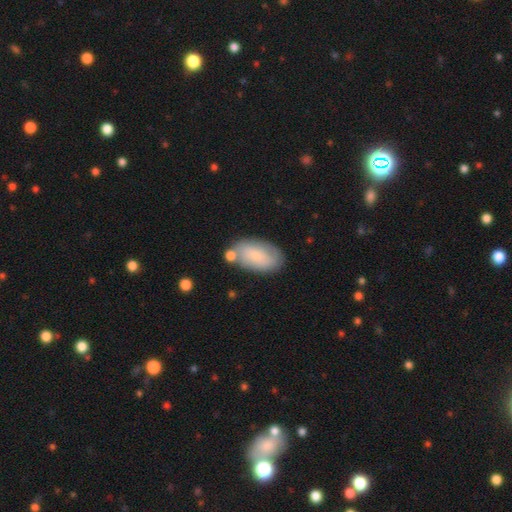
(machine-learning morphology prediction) Smooth or featured? smooth (70%)
How rounded? in between (94%)
Merging? none (67%)